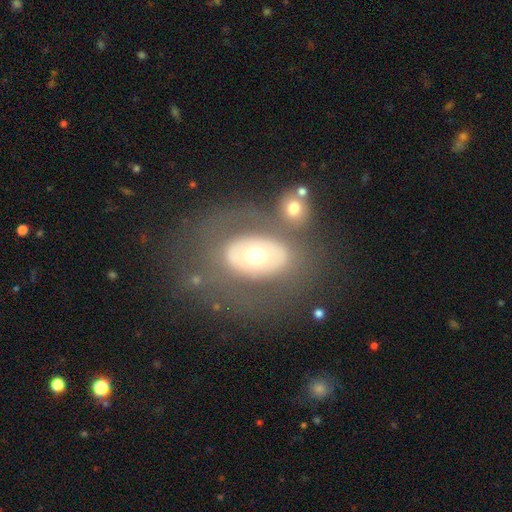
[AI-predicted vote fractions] Q: Smooth or featured?
A: featured or disk (51%); runner-up: smooth (41%)
Q: Edge-on disk?
A: no (92%); runner-up: yes (8%)
Q: Merging?
A: none (59%); runner-up: minor disturbance (14%)